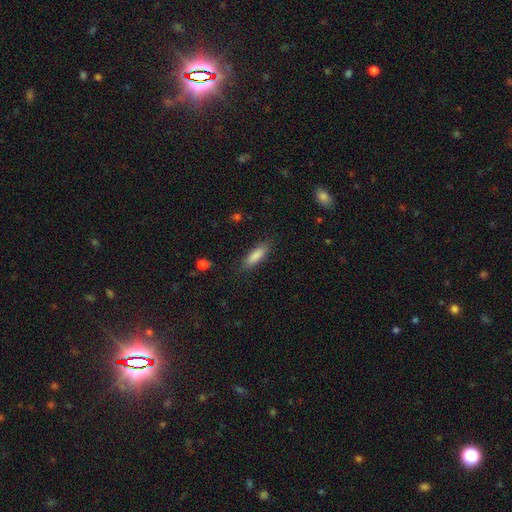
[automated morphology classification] The model was most divided on "how rounded": in between: 52%, cigar-shaped: 46%, round: 2%. More confident: smooth or featured — smooth (86%); merging — none (85%).